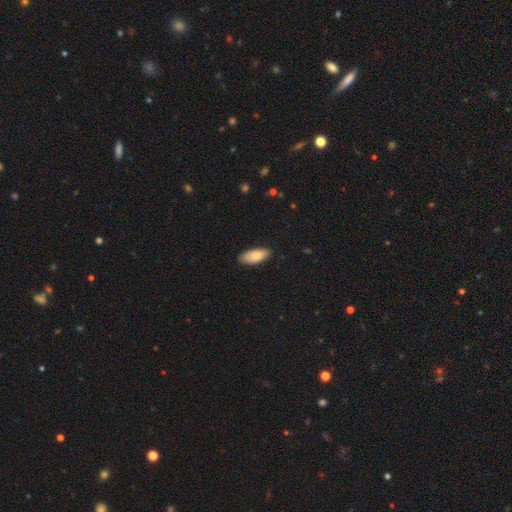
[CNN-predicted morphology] The model was most divided on "smooth or featured": smooth: 80%, featured or disk: 14%, star or artifact: 6%. More confident: how rounded — in between (86%); merging — none (83%).